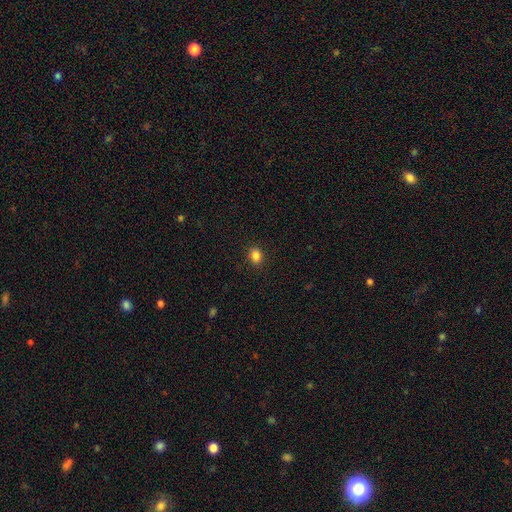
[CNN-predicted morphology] Smooth or featured? smooth (85%)
How rounded? round (52%)
Merging? none (89%)